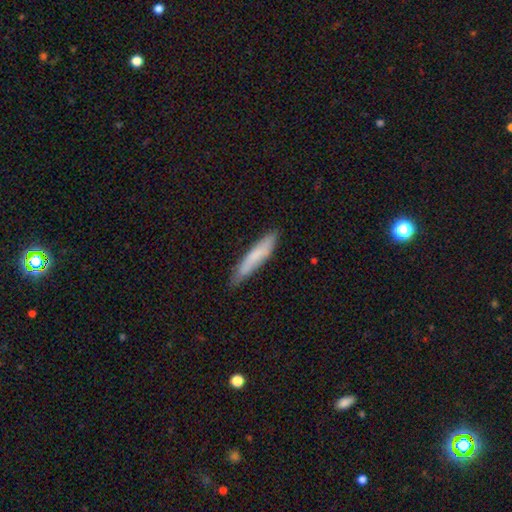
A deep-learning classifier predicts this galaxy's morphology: Smooth or featured?
  - smooth: 73% *
  - featured or disk: 21%
  - star or artifact: 6%
How rounded?
  - cigar-shaped: 88% *
  - in between: 11%
  - round: 1%
Merging?
  - none: 78% *
  - minor disturbance: 18%
  - major disturbance: 3%
  - merger: 1%